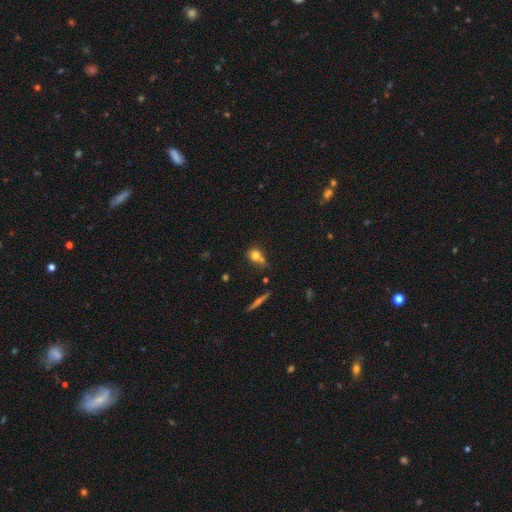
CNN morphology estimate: This is likely a smooth galaxy (73%). How rounded: likely round (73%). Merging: marginally none (44%).